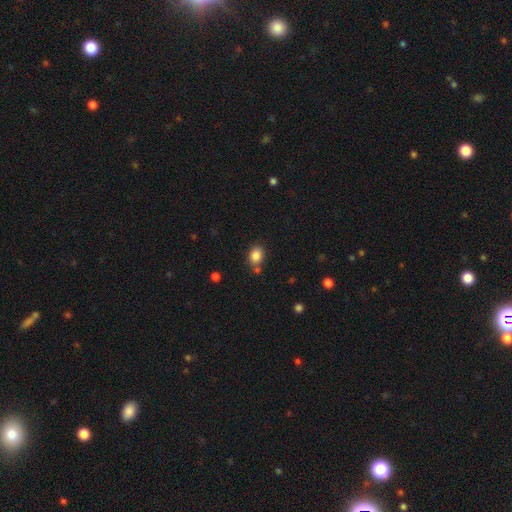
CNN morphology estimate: This appears to be a smooth galaxy with no disk features (85%) that is round (51%). Merging: none (70%).